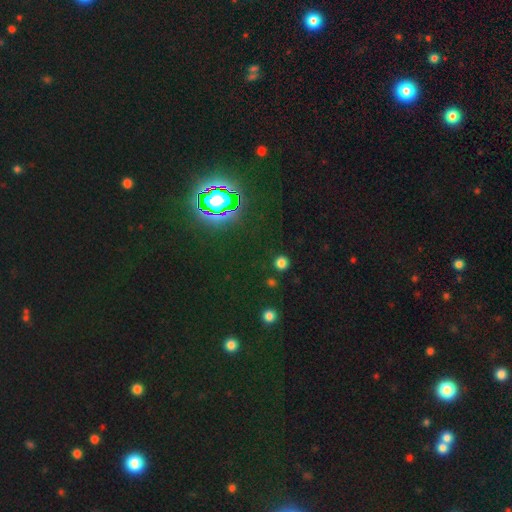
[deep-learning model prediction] smooth-or-featured: star or artifact: 79% | smooth: 14% | featured or disk: 6%